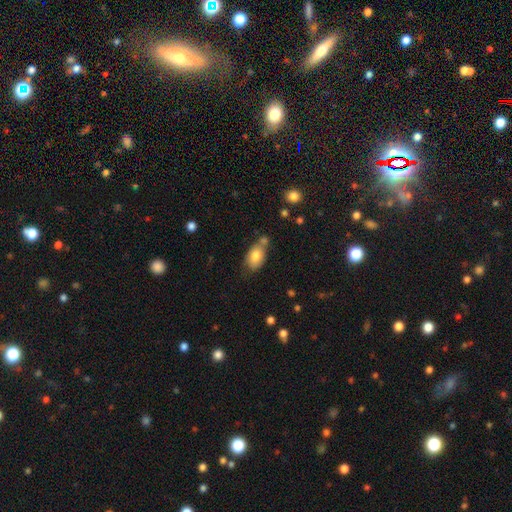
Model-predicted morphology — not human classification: The model was most divided on "merging": none: 53%, merger: 23%, minor disturbance: 19%, major disturbance: 5%. More confident: how rounded — in between (88%); smooth or featured — smooth (79%).